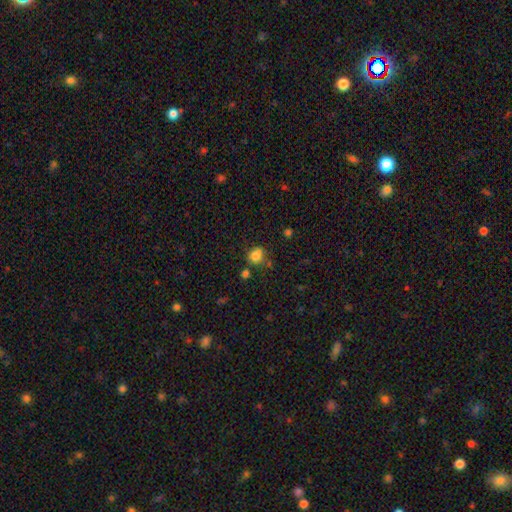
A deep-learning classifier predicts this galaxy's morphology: smooth 80%, star or artifact 13%, featured or disk 7%. Down the decision tree: how rounded — round (62%); merging — none (58%).